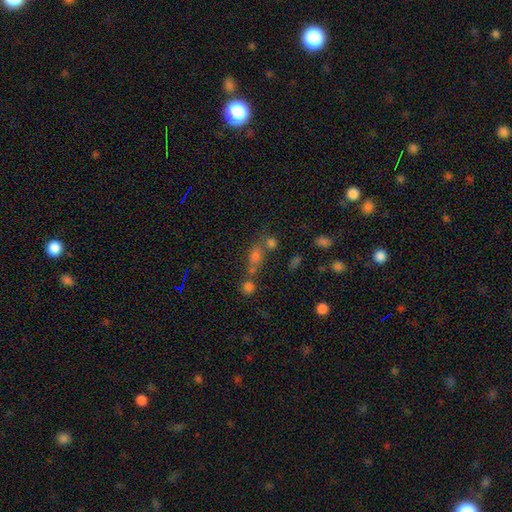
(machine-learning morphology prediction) Overall: smooth (58%; star or artifact 27%). How rounded: in between (56%; round 35%). Merging: none (45%; merger 34%).